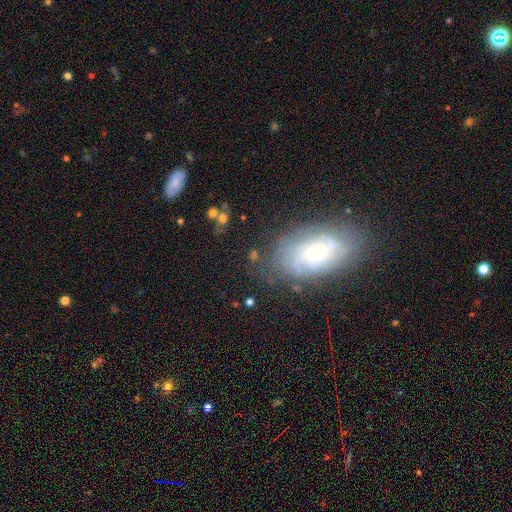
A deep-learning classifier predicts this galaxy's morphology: smooth_or_featured: featured or disk (p=0.61) [alt: smooth p=0.27]
disk_edge_on: no (p=0.93) [alt: yes p=0.07]
bar: no (p=0.76) [alt: weak p=0.19]
has_spiral_arms: yes (p=0.82) [alt: no p=0.18]
bulge_size: small (p=0.71) [alt: moderate p=0.23]
merging: none (p=0.73) [alt: minor disturbance p=0.18]